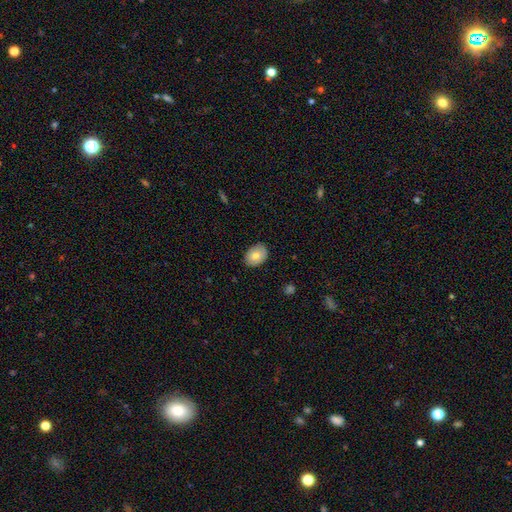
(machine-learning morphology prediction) Smooth or featured?
  - smooth: 75% *
  - featured or disk: 18%
  - star or artifact: 7%
How rounded?
  - in between: 72% *
  - round: 27%
  - cigar-shaped: 1%
Merging?
  - none: 86% *
  - minor disturbance: 11%
  - major disturbance: 2%
  - merger: 1%